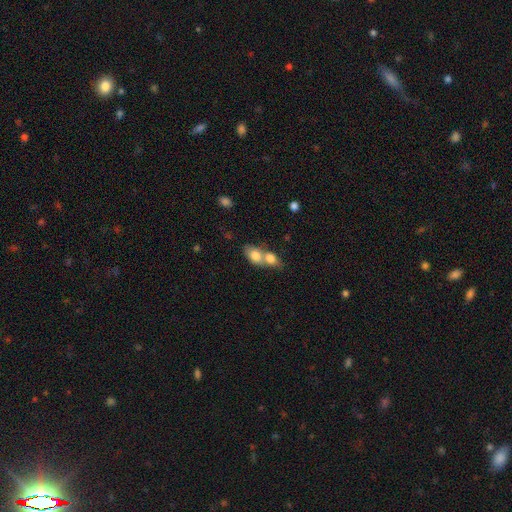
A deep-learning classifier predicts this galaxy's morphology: The model was most divided on "how rounded": in between: 76%, round: 21%, cigar-shaped: 3%. More confident: smooth or featured — smooth (77%); merging — merger (75%).